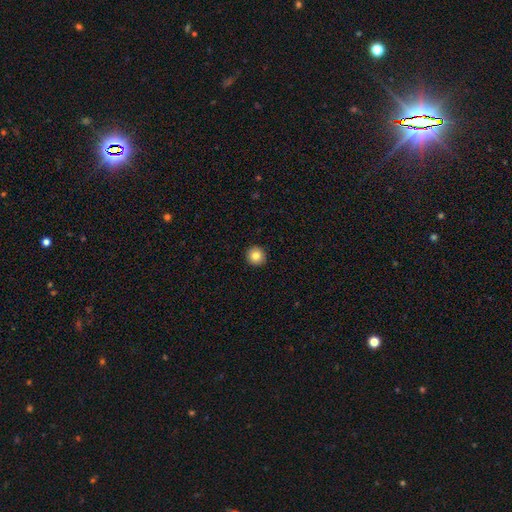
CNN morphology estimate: This is clearly a smooth galaxy (83%). How rounded: clearly round (94%). Merging: clearly none (93%).